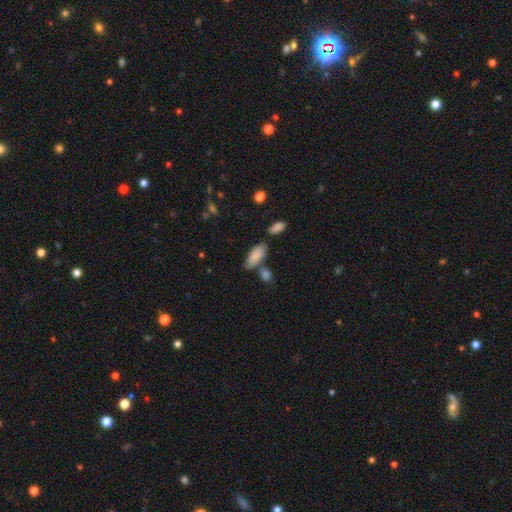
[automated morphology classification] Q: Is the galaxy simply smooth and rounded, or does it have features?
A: smooth — 85%.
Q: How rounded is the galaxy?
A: in between — 82%.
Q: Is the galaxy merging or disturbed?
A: none — 62%.